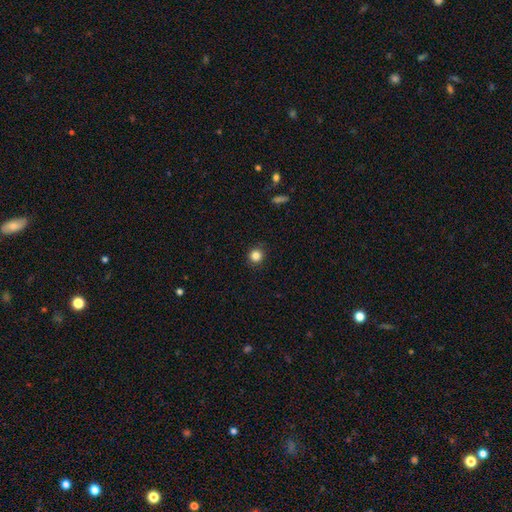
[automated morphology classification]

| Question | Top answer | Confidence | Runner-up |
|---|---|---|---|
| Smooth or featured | smooth | 84% | star or artifact (11%) |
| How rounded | round | 93% | in between (6%) |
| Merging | none | 91% | minor disturbance (6%) |